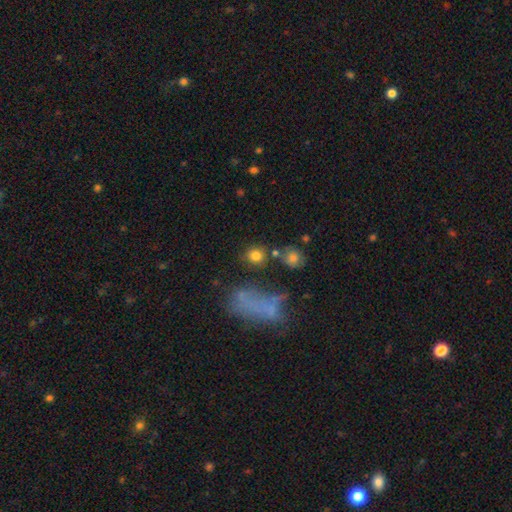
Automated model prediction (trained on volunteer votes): Smooth or featured? smooth (79%)
How rounded? round (79%)
Merging? none (73%)